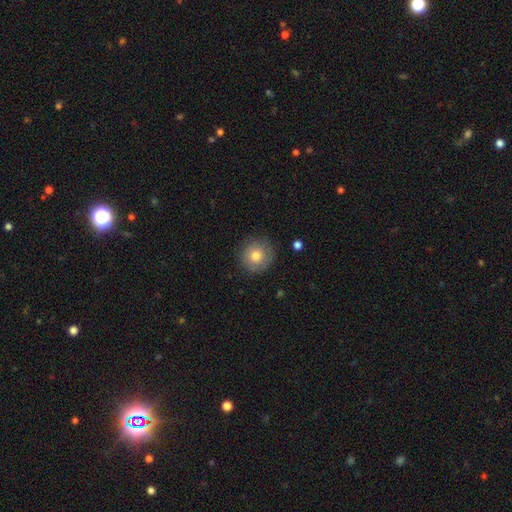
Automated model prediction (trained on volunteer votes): Smooth or featured: smooth — 77% (featured or disk — 15%)
How rounded: round — 93% (in between — 6%)
Merging: none — 83% (minor disturbance — 12%)